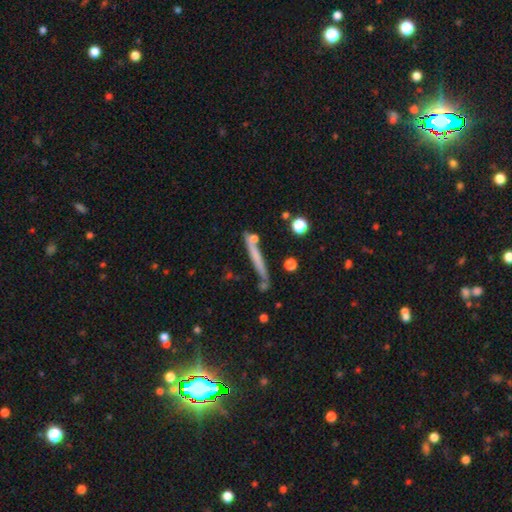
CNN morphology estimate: A smooth galaxy with no disk features (54%) that is cigar-shaped (94%).

Vote fractions:
- Smooth or featured? smooth: 54% / featured or disk: 38% / star or artifact: 9%
- How rounded? cigar-shaped: 94% / in between: 4% / round: 2%
- Merging? none: 74% / minor disturbance: 14% / merger: 9% / major disturbance: 4%